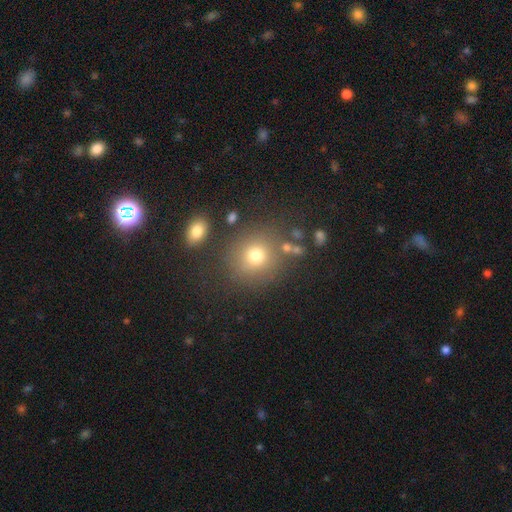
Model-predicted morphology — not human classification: smooth-or-featured: smooth: 73% | star or artifact: 16% | featured or disk: 11%
  how-rounded: round: 87% | in between: 12% | cigar-shaped: 1%
  merging: none: 78% | minor disturbance: 11% | merger: 6% | major disturbance: 5%